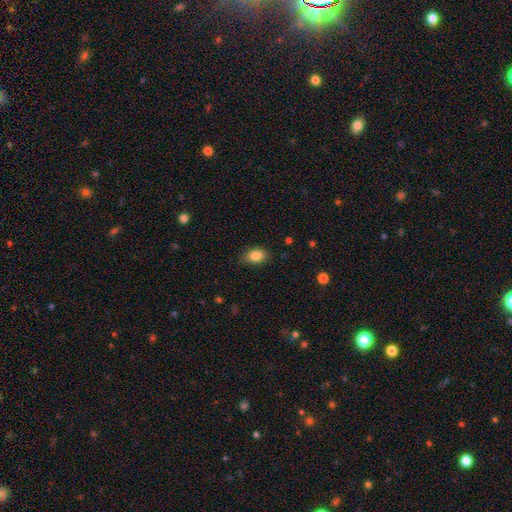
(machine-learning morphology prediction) A smooth galaxy with no disk features (84%) that is in between round and cigar-shaped (80%). Merging: none (81%).